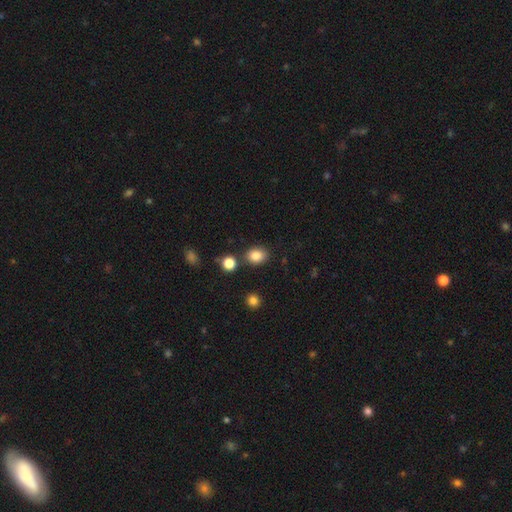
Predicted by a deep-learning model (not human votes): Overall: smooth (84%). How rounded: round (50%; in between 49%). Merging: none (80%).